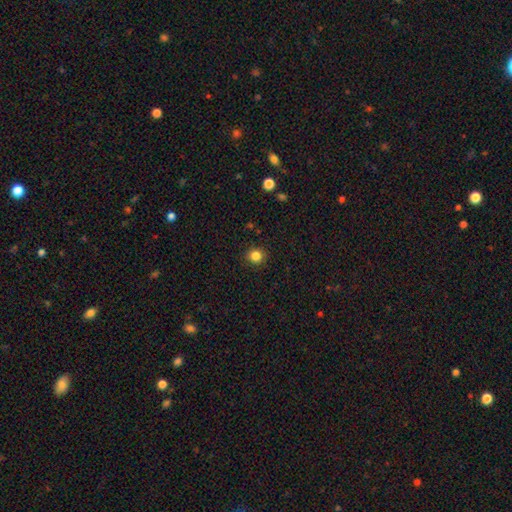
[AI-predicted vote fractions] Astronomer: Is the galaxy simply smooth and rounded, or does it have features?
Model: smooth — 84%.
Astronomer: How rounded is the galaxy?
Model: round — 91%.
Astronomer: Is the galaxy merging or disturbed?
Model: none — 91%.